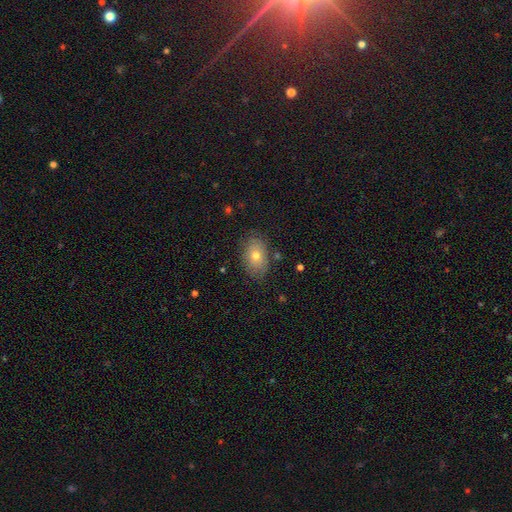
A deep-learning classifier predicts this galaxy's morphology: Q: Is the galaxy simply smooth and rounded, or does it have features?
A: smooth — 70%.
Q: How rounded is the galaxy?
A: in between — 83%.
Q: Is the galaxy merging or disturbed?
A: none — 81%.